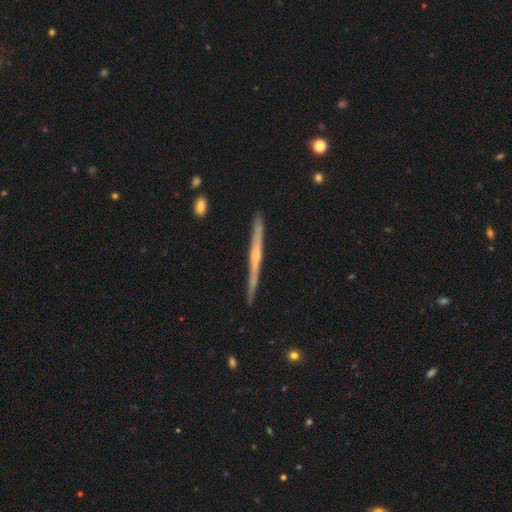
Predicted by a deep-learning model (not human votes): A featured or disk galaxy (74%) viewed edge-on (98%) with a rounded central bulge (60%). Merging: none (88%).